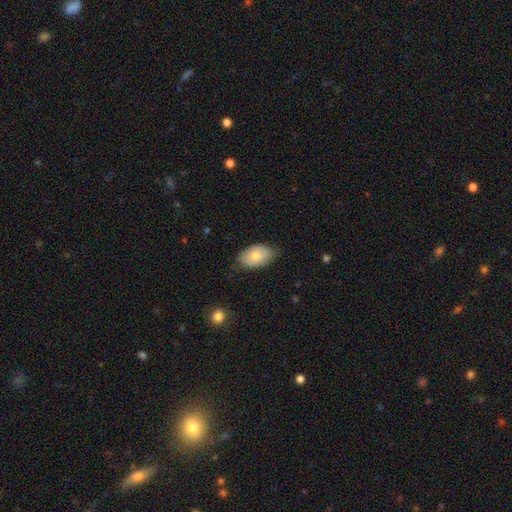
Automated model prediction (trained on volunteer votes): smooth_or_featured: smooth (p=0.72) [alt: featured or disk p=0.22]
how_rounded: in between (p=0.91) [alt: round p=0.08]
merging: none (p=0.72) [alt: minor disturbance p=0.23]